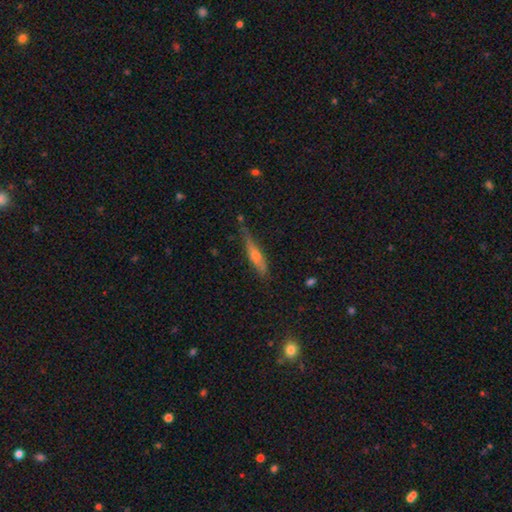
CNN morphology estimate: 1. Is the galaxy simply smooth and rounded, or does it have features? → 50% smooth, 42% featured or disk, 9% star or artifact.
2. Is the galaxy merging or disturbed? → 63% none, 26% minor disturbance, 7% major disturbance, 4% merger.